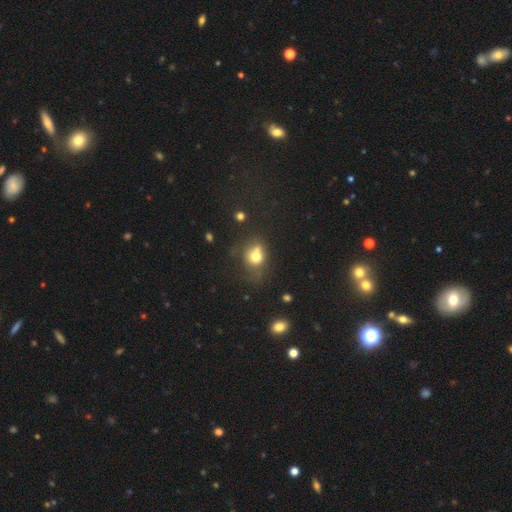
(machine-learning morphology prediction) This is likely a smooth galaxy (72%). How rounded: likely round (65%). Merging: marginally none (38%).